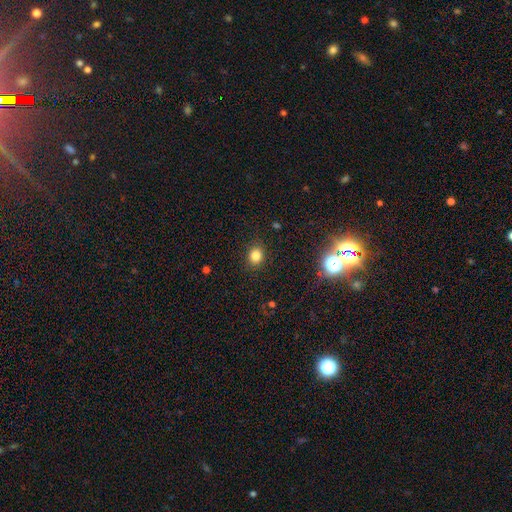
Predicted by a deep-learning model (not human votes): Smooth or featured? Predicted: smooth (p=0.81). How rounded? Predicted: round (p=0.65). Merging? Predicted: none (p=0.87).